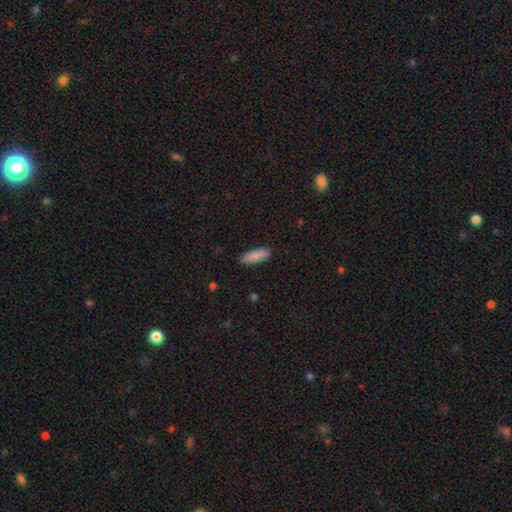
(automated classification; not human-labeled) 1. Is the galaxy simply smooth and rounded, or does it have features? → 88% smooth, 6% star or artifact, 6% featured or disk.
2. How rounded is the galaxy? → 60% in between, 38% cigar-shaped, 2% round.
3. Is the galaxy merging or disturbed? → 88% none, 9% minor disturbance, 2% major disturbance, 1% merger.